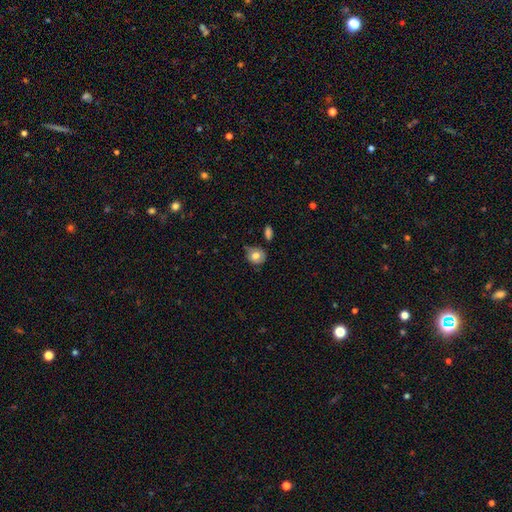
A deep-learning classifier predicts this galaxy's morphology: Q: Smooth or featured?
A: smooth (72%); runner-up: featured or disk (20%)
Q: How rounded?
A: round (67%); runner-up: in between (32%)
Q: Merging?
A: none (51%); runner-up: minor disturbance (34%)